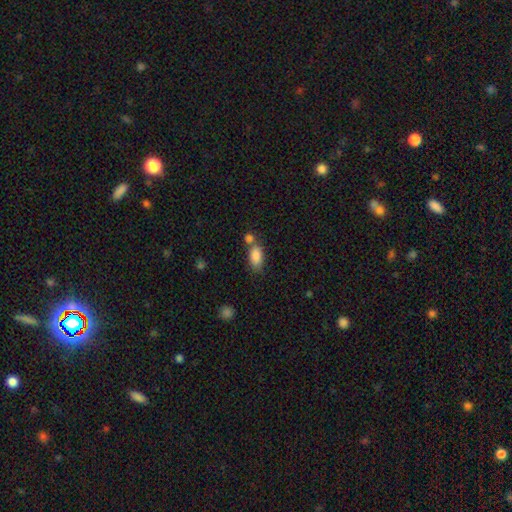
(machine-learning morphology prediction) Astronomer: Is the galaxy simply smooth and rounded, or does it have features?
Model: smooth — 85%.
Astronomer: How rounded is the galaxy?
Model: in between — 89%.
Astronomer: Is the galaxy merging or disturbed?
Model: none — 51% (runner-up: merger, 32%).